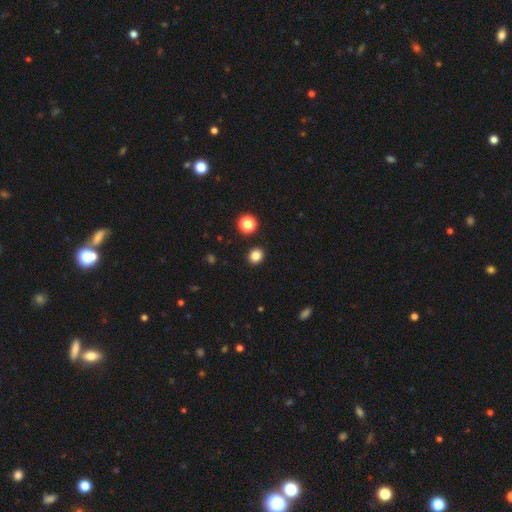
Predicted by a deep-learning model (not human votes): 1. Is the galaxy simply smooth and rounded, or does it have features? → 83% smooth, 13% star or artifact, 4% featured or disk.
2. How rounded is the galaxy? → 76% round, 24% in between, 1% cigar-shaped.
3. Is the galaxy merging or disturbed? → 91% none, 5% minor disturbance, 2% merger, 2% major disturbance.